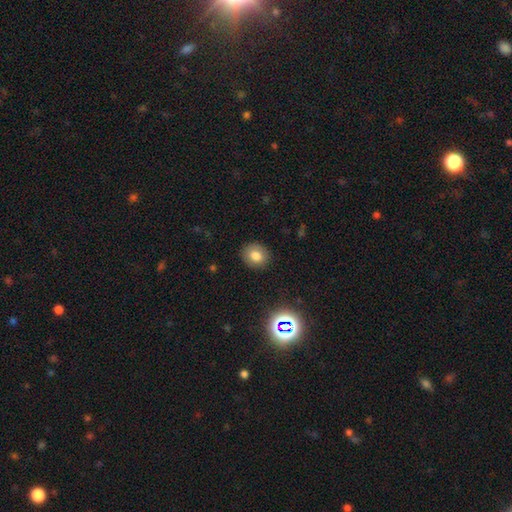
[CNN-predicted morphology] smooth-or-featured: smooth: 78% | star or artifact: 13% | featured or disk: 9%
  how-rounded: round: 67% | in between: 32% | cigar-shaped: 1%
  merging: none: 88% | minor disturbance: 8% | major disturbance: 3% | merger: 1%